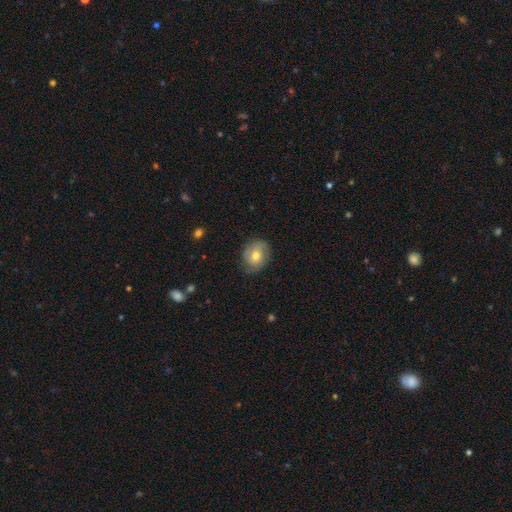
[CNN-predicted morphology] This is possibly a smooth galaxy (59%). How rounded: possibly round (60%). Merging: likely none (73%).